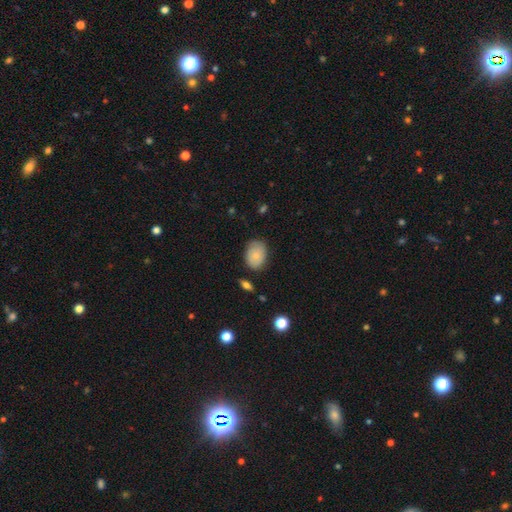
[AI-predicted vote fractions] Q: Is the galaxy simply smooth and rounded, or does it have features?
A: smooth — 79%.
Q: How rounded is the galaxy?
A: in between — 79%.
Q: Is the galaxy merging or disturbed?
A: none — 74%.